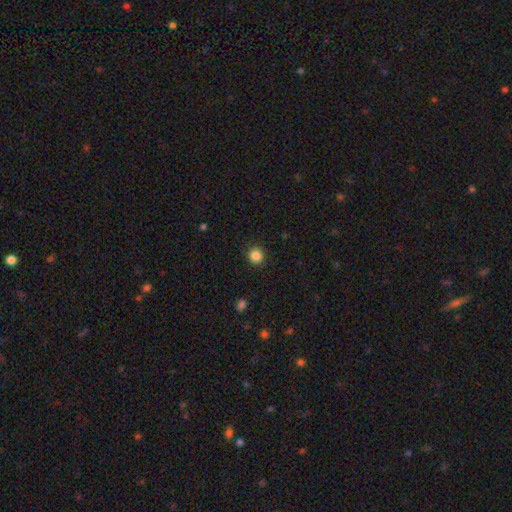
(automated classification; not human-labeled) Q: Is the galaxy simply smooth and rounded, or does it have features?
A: smooth — 85%.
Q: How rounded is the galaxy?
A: round — 93%.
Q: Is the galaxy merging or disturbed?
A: none — 91%.